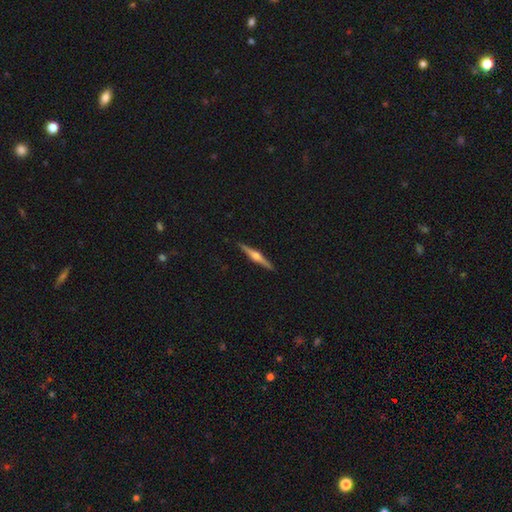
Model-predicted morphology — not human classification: type=featured or disk (77%); edge-on=yes (98%); edge-on bulge=rounded (88%); merging=none (92%).